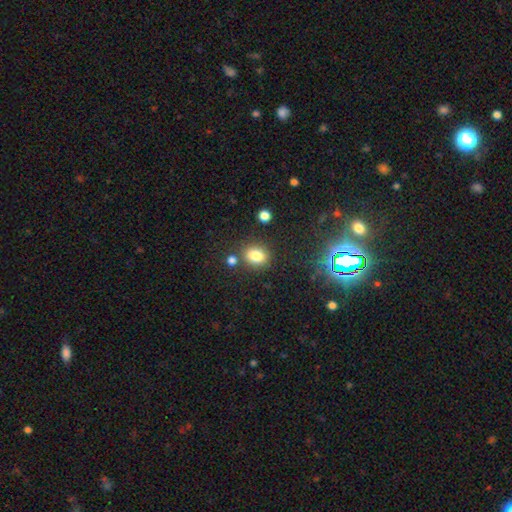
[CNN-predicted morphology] Smooth or featured? smooth (80%)
How rounded? in between (51%)
Merging? none (76%)